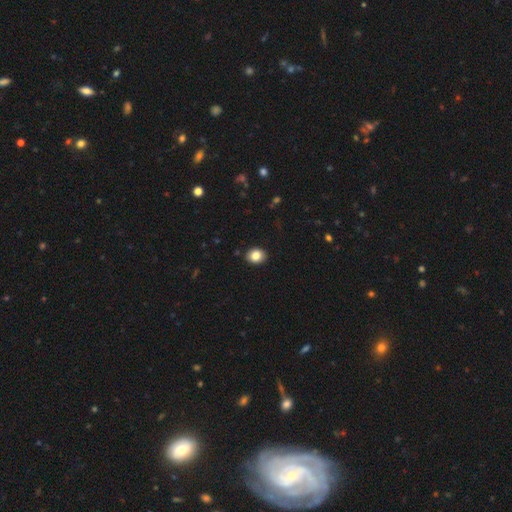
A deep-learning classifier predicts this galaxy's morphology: Smooth or featured? smooth (84%)
How rounded? round (59%)
Merging? none (91%)